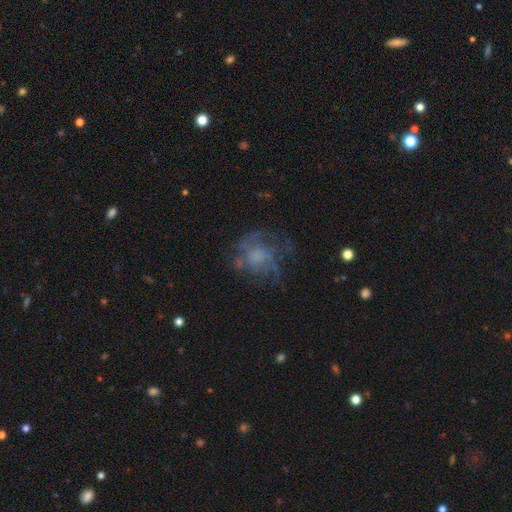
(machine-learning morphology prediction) Smooth or featured: featured or disk — 54% (smooth — 32%)
Edge-on disk: no — 97% (yes — 3%)
Bar: no — 82% (weak — 16%)
Spiral arms: yes — 51% (no — 49%)
Bulge size: moderate — 33% (none — 32%)
Merging: none — 55% (major disturbance — 24%)